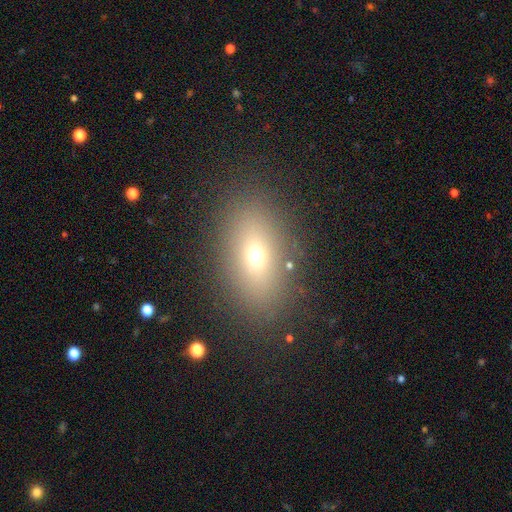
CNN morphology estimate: The model was most divided on "smooth or featured": smooth: 65%, featured or disk: 18%, star or artifact: 18%. More confident: merging — none (84%); how rounded — in between (77%).